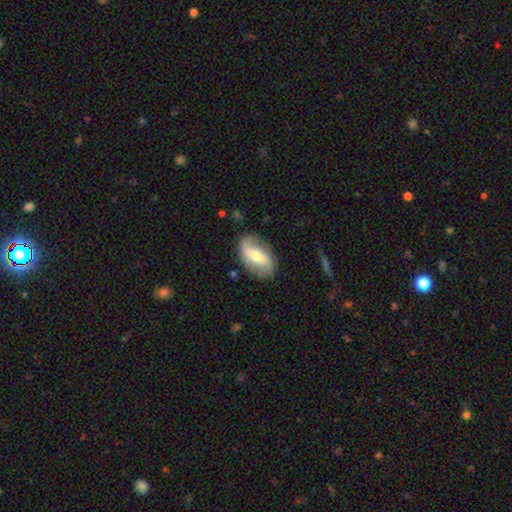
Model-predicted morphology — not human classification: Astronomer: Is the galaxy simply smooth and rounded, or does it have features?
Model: featured or disk — 65%.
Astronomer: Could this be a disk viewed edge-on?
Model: no — 92%.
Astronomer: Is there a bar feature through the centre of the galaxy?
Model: strong — 37% (runner-up: weak, 34%).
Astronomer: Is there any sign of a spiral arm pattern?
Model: yes — 80%.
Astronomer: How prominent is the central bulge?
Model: moderate — 54% (runner-up: small, 36%).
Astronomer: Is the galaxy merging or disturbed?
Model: none — 79%.